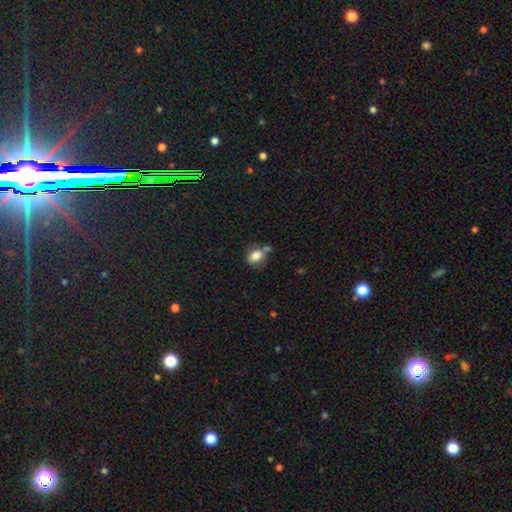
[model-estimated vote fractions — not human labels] smooth_or_featured: smooth (p=0.81) [alt: star or artifact p=0.10]
how_rounded: in between (p=0.63) [alt: round p=0.35]
merging: none (p=0.53) [alt: minor disturbance p=0.20]